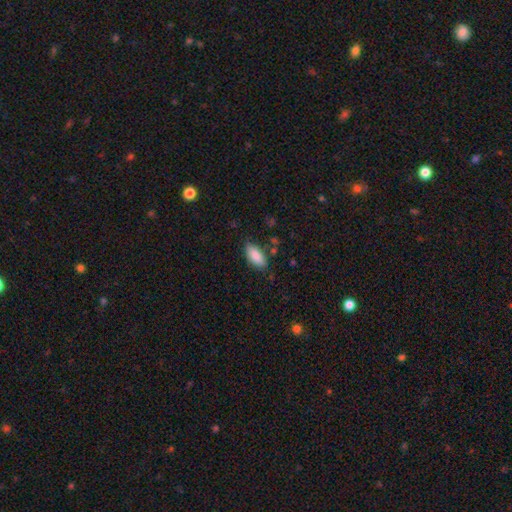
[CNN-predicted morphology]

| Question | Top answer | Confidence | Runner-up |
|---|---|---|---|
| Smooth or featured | smooth | 87% | star or artifact (7%) |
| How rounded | in between | 87% | cigar-shaped (11%) |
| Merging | none | 79% | minor disturbance (15%) |